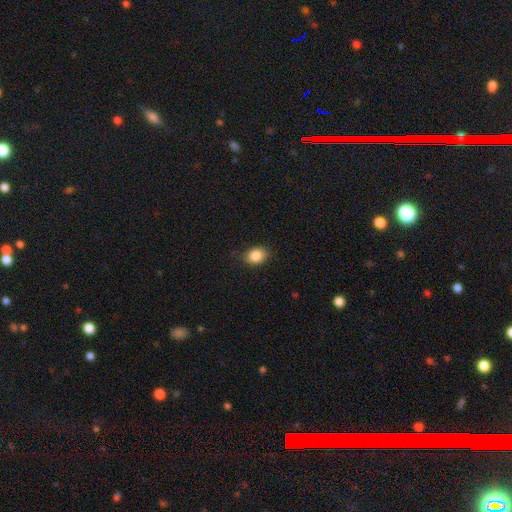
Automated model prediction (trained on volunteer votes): smooth_or_featured: smooth (p=0.86) [alt: star or artifact p=0.09]
how_rounded: in between (p=0.58) [alt: round p=0.41]
merging: none (p=0.83) [alt: minor disturbance p=0.14]